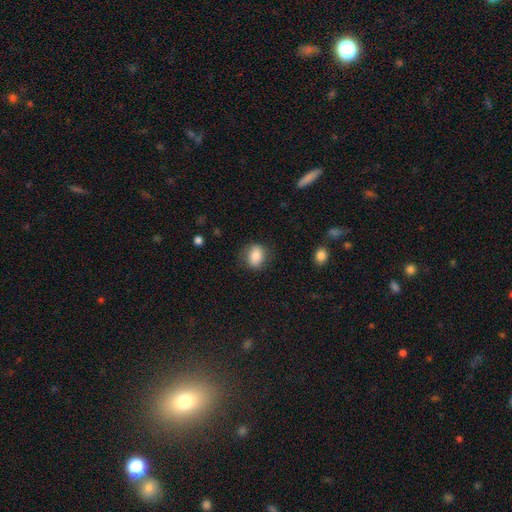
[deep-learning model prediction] This appears to be a smooth galaxy with no disk features (83%) that is in between round and cigar-shaped (52%). Merging: none (81%).